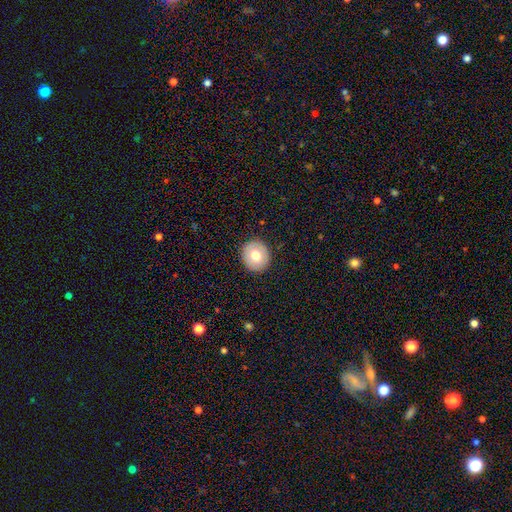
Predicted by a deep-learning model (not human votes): Smooth or featured: smooth — 71% (featured or disk — 22%)
How rounded: round — 81% (in between — 18%)
Merging: none — 90% (minor disturbance — 7%)